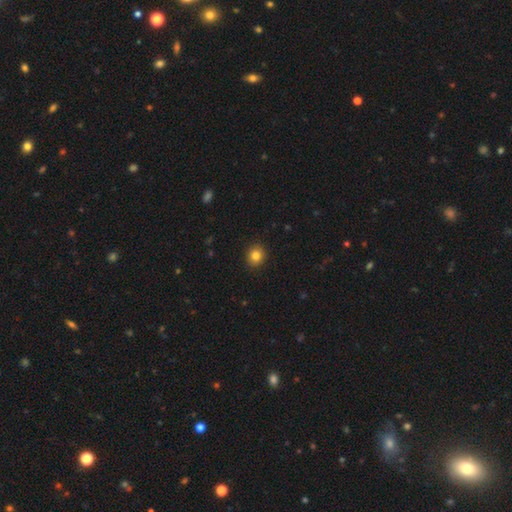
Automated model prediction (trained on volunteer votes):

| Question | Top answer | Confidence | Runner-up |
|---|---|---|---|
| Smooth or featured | smooth | 83% | star or artifact (11%) |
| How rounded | round | 79% | in between (20%) |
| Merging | none | 91% | minor disturbance (6%) |